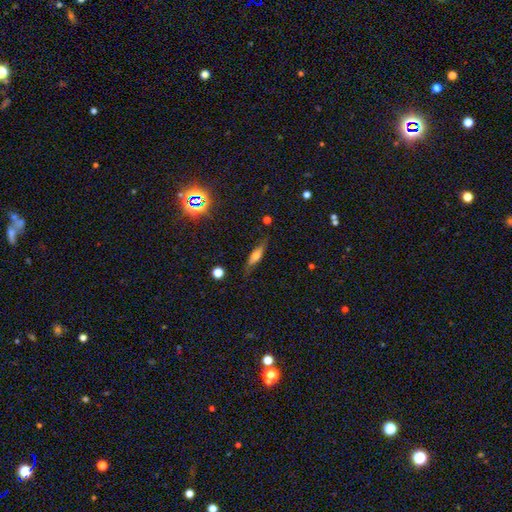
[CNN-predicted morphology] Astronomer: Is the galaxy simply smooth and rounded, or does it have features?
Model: smooth — 46% (runner-up: featured or disk, 44%).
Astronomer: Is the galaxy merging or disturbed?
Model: none — 77%.